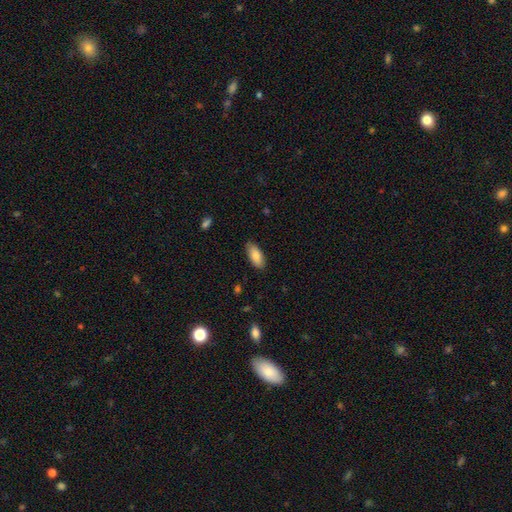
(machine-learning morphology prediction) This is clearly a smooth galaxy (86%). How rounded: clearly in between (86%). Merging: clearly none (86%).